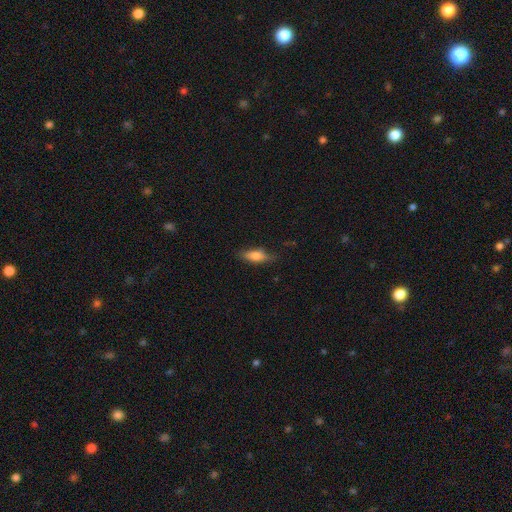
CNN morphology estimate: Overall: smooth (72%). How rounded: in between (66%; cigar-shaped 30%). Merging: none (75%).